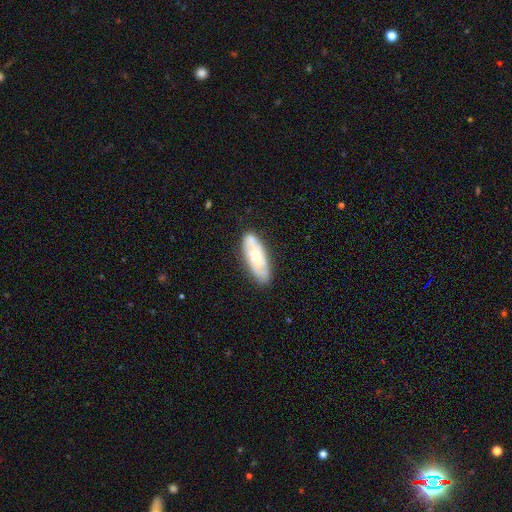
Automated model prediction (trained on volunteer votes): Q: Smooth or featured?
A: smooth (49%); runner-up: featured or disk (45%)
Q: Merging?
A: none (74%); runner-up: minor disturbance (18%)